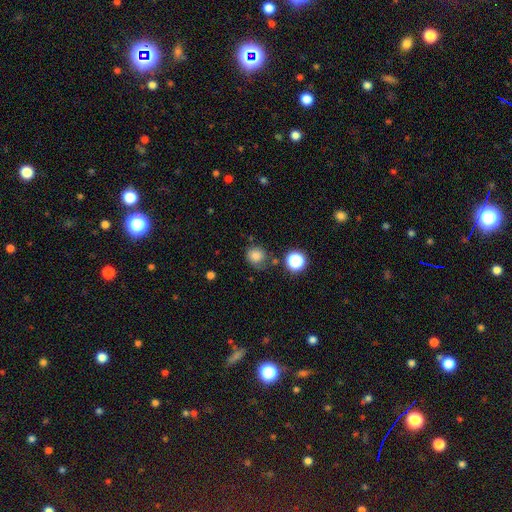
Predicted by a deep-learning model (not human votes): Smooth or featured?
  - smooth: 81% *
  - star or artifact: 13%
  - featured or disk: 5%
How rounded?
  - round: 88% *
  - in between: 11%
  - cigar-shaped: 1%
Merging?
  - none: 72% *
  - minor disturbance: 17%
  - merger: 5%
  - major disturbance: 5%